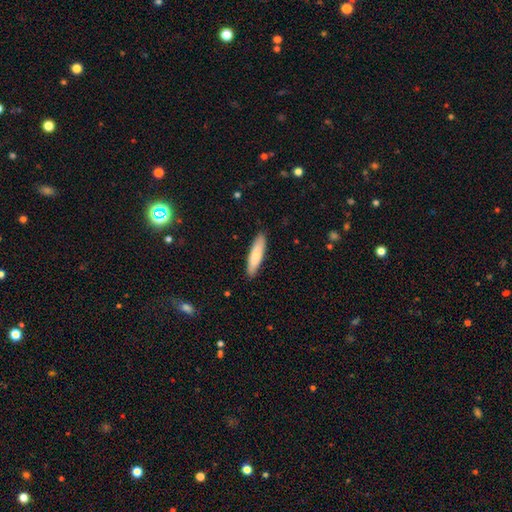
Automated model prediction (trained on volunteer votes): The model was most divided on "how rounded": cigar-shaped: 75%, in between: 23%, round: 1%. More confident: merging — none (89%); smooth or featured — smooth (82%).